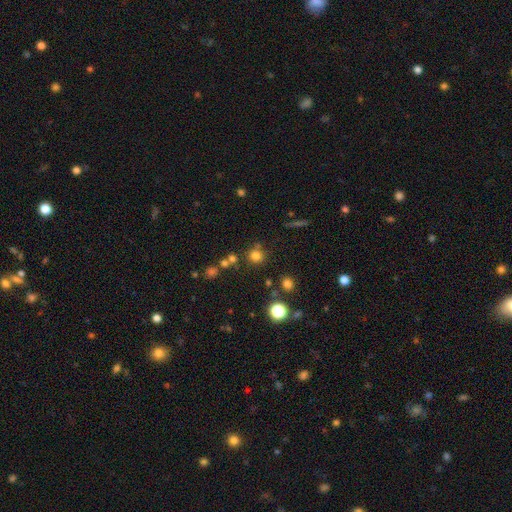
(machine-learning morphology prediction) Smooth or featured? smooth (73%)
How rounded? round (91%)
Merging? none (75%)